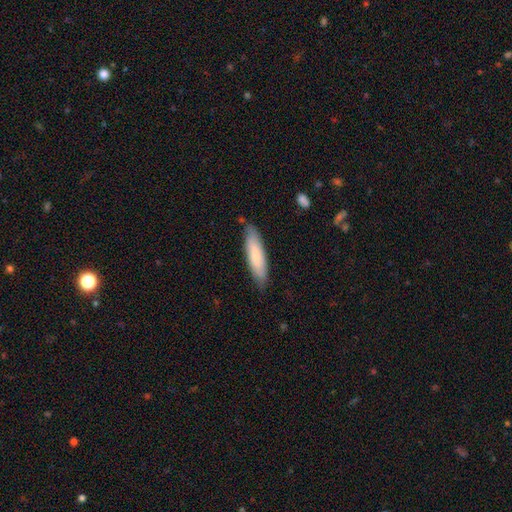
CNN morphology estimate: The model was most divided on "how rounded": cigar-shaped: 70%, in between: 29%, round: 1%. More confident: merging — none (82%); smooth or featured — smooth (76%).